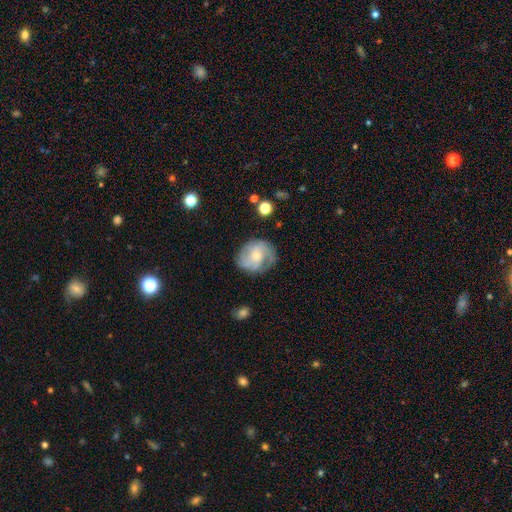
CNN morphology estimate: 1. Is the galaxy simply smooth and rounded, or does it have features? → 67% featured or disk, 26% smooth, 7% star or artifact.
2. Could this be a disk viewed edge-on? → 98% no, 2% yes.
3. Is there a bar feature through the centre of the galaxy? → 59% no, 34% weak, 7% strong.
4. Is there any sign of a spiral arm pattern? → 90% yes, 10% no.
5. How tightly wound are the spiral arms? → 45% medium, 34% tight, 21% loose.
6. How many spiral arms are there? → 38% 2, 25% 3, 23% can't tell, 6% 1, 5% 4, 4% more than 4.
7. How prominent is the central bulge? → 45% small, 43% moderate, 6% none, 5% large, 1% dominant.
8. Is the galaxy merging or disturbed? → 70% none, 19% minor disturbance, 9% major disturbance, 2% merger.